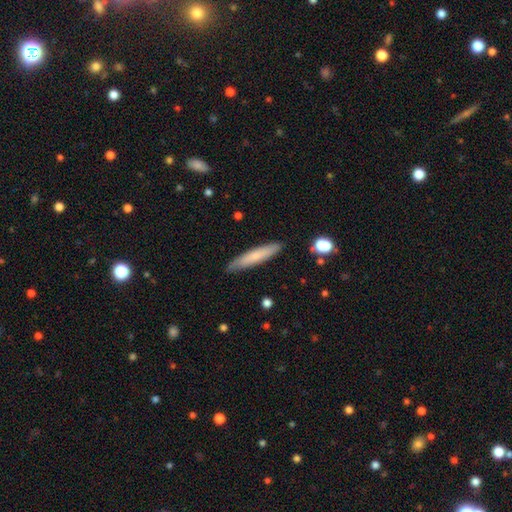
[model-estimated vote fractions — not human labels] Morphology: type=smooth (72%); roundness=cigar-shaped (90%); merging=none (88%).